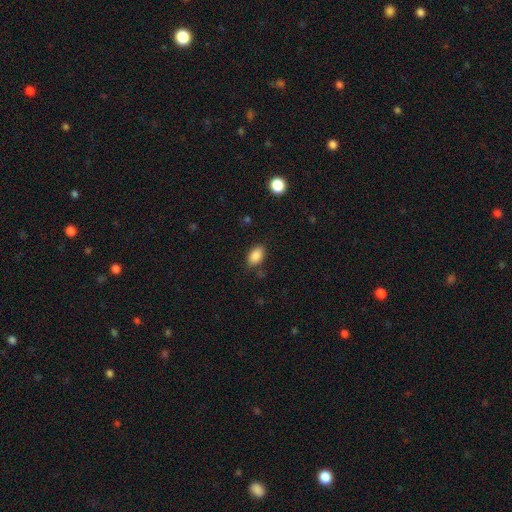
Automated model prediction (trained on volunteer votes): Q: Smooth or featured?
A: smooth (87%); runner-up: star or artifact (8%)
Q: How rounded?
A: in between (88%); runner-up: round (11%)
Q: Merging?
A: none (80%); runner-up: minor disturbance (14%)